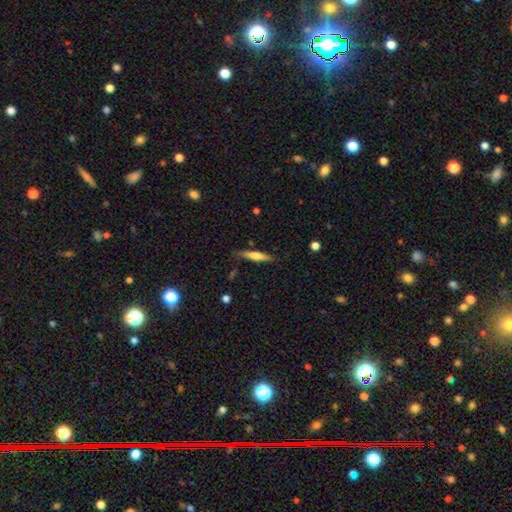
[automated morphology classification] This is likely a smooth galaxy (61%). How rounded: clearly cigar-shaped (86%). Merging: clearly none (81%).